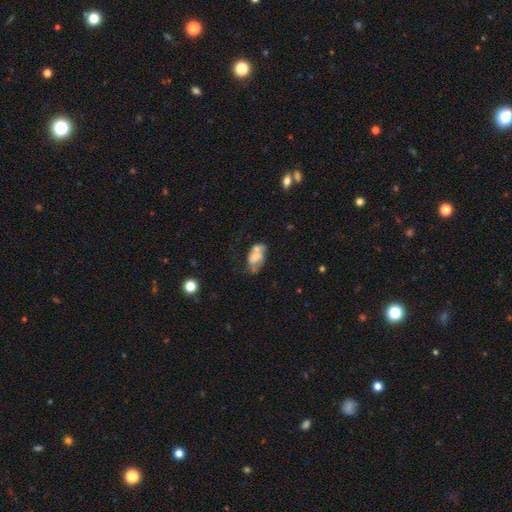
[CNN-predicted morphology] Smooth or featured? smooth (51%)
How rounded? in between (88%)
Merging? merger (40%)